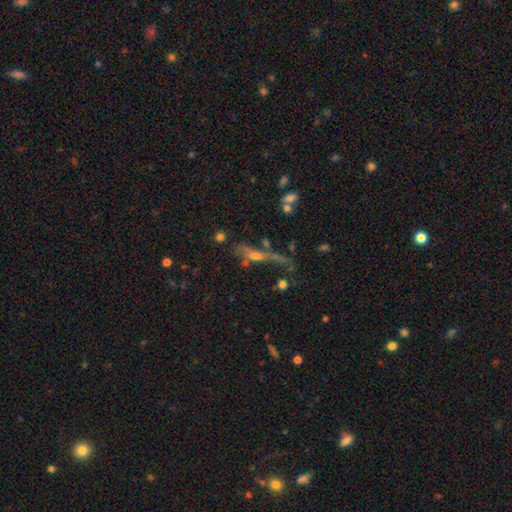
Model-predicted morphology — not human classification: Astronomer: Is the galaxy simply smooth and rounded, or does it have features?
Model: featured or disk — 44% (runner-up: smooth, 38%).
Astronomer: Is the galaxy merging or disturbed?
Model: none — 37% (runner-up: major disturbance, 24%).